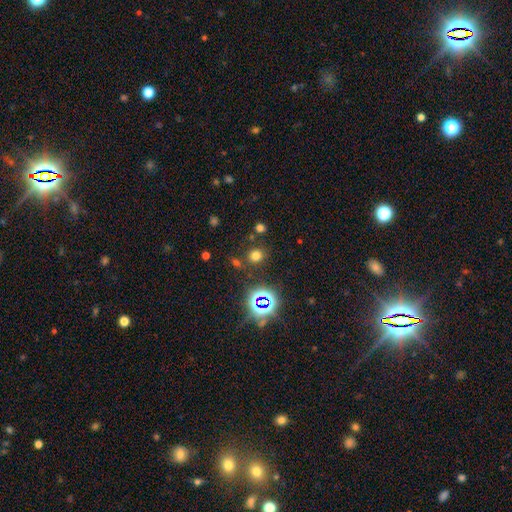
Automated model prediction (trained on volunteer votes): Smooth or featured? Predicted: smooth (p=0.65). How rounded? Predicted: round (p=0.84). Merging? Predicted: none (p=0.82).